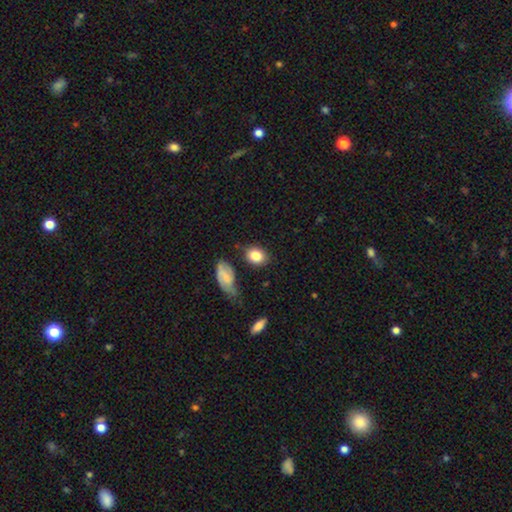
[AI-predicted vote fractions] This is clearly a smooth galaxy (82%). How rounded: possibly in between (60%). Merging: likely none (72%).